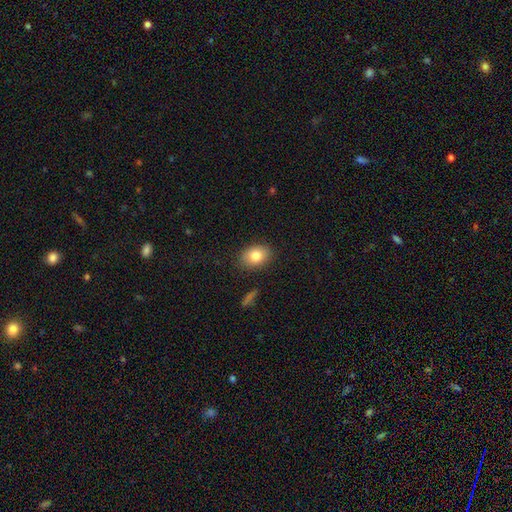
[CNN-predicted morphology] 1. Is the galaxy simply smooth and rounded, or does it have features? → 81% smooth, 11% featured or disk, 8% star or artifact.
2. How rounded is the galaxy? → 75% in between, 23% round, 1% cigar-shaped.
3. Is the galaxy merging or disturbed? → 85% none, 11% minor disturbance, 3% major disturbance, 1% merger.